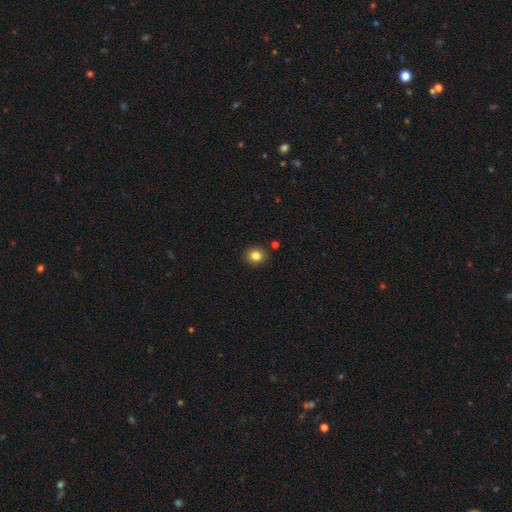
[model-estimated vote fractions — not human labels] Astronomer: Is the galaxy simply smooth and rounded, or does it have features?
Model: smooth — 83%.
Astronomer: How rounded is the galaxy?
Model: round — 71%.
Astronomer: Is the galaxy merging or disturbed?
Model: none — 87%.